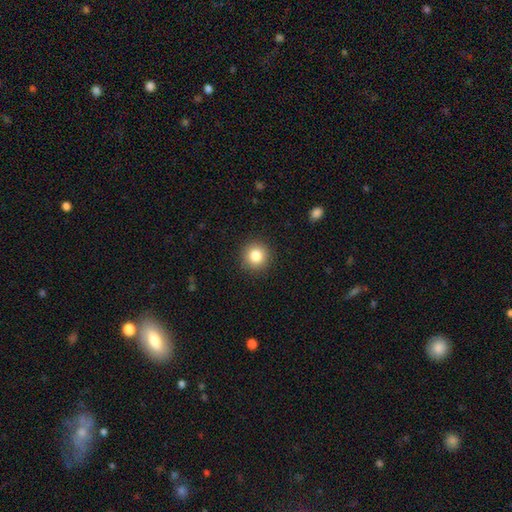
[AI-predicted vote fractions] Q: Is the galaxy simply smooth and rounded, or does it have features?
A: smooth — 83%.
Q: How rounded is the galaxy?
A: round — 94%.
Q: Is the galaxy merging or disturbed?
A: none — 92%.